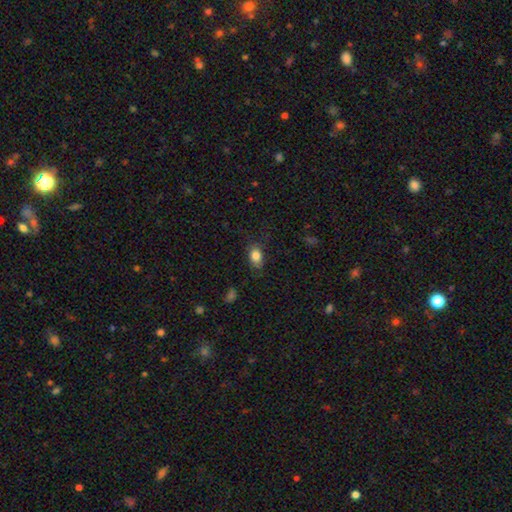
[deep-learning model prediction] This is clearly a smooth galaxy (83%). How rounded: clearly in between (81%). Merging: likely none (76%).